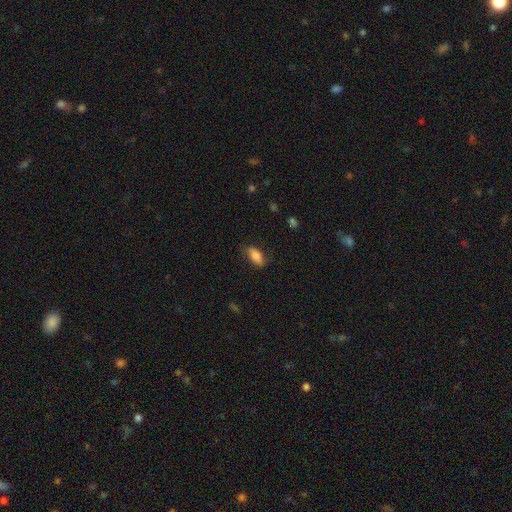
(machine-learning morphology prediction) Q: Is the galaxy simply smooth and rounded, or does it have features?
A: smooth — 78%.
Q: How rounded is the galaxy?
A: in between — 83%.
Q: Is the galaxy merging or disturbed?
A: none — 73%.